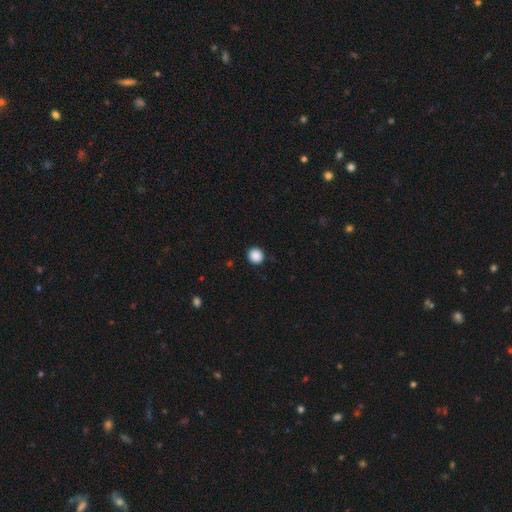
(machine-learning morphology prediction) Q: Smooth or featured?
A: smooth (88%); runner-up: star or artifact (9%)
Q: How rounded?
A: round (92%); runner-up: in between (7%)
Q: Merging?
A: none (92%); runner-up: minor disturbance (5%)